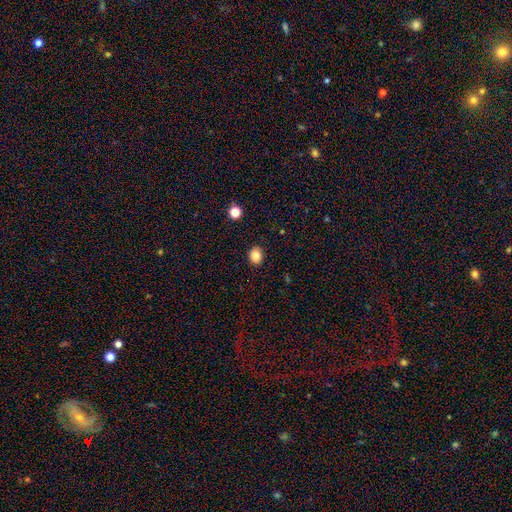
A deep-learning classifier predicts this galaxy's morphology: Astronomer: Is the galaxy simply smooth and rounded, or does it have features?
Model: smooth — 86%.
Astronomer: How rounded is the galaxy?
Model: in between — 50% (runner-up: round, 49%).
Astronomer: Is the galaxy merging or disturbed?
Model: none — 89%.